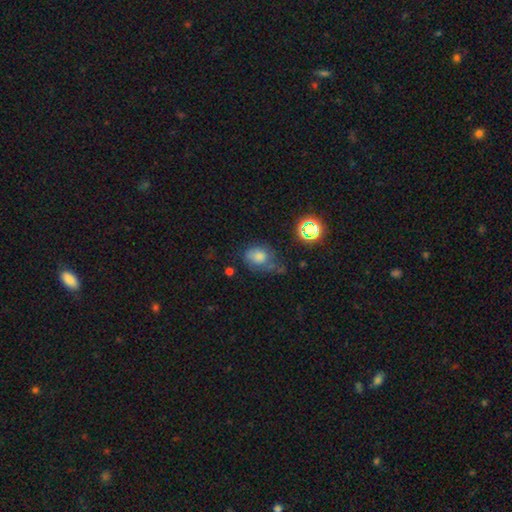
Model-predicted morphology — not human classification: Smooth or featured? Predicted: smooth (p=0.59). How rounded? Predicted: in between (p=0.53). Merging? Predicted: none (p=0.43).